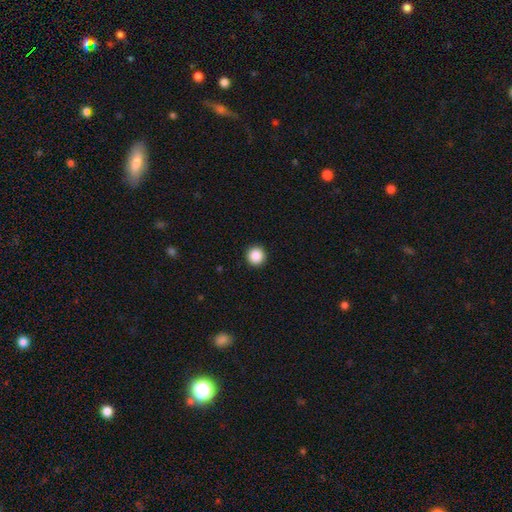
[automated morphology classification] Smooth or featured: smooth — 88% (star or artifact — 9%)
How rounded: round — 96% (in between — 3%)
Merging: none — 93% (minor disturbance — 4%)